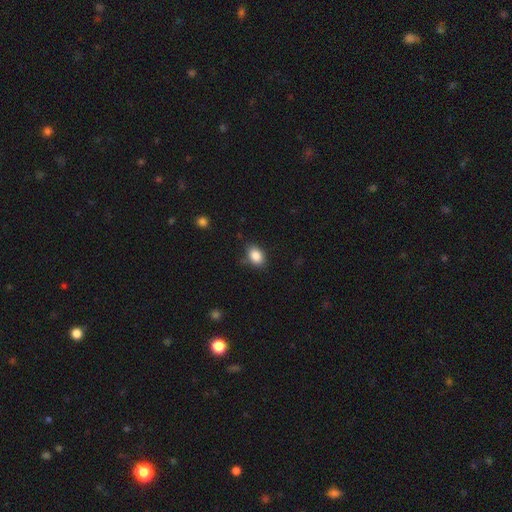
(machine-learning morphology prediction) smooth-or-featured: smooth: 86% | star or artifact: 9% | featured or disk: 5%
  how-rounded: in between: 75% | round: 24% | cigar-shaped: 1%
  merging: none: 76% | minor disturbance: 18% | major disturbance: 4% | merger: 2%